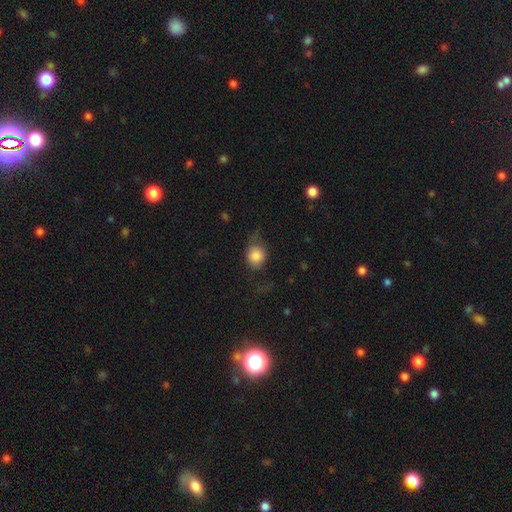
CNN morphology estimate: smooth 77%, featured or disk 14%, star or artifact 9%. Down the decision tree: how rounded — round (58%); merging — none (51%).